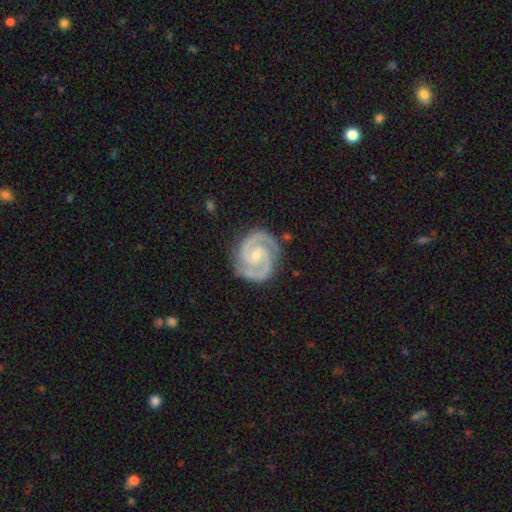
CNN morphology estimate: Smooth or featured? featured or disk (93%)
Edge-on disk? no (98%)
Bar? no (48%)
Spiral arms? yes (99%)
Spiral winding? tight (58%)
Spiral arm count? 2 (93%)
Bulge size? small (60%)
Merging? none (84%)